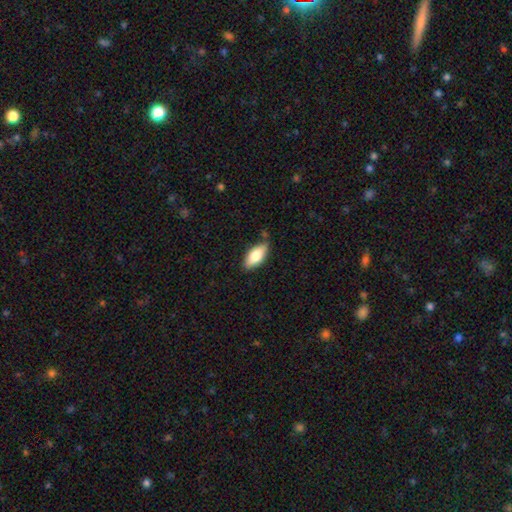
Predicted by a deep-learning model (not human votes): This is likely a smooth galaxy (77%). How rounded: clearly in between (87%). Merging: likely none (80%).